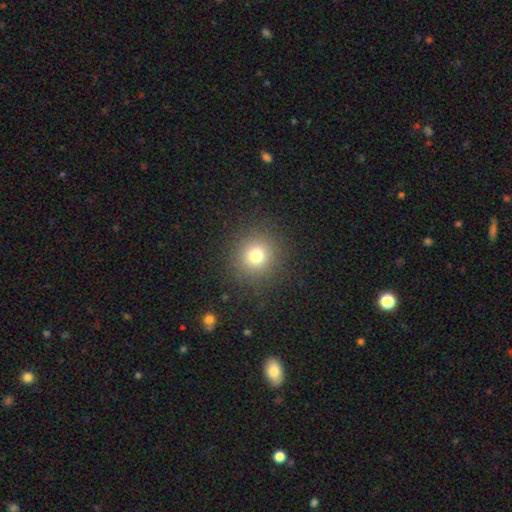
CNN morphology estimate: A smooth galaxy with no disk features (75%) that is round (92%).

Vote fractions:
- Smooth or featured? smooth: 75% / star or artifact: 16% / featured or disk: 9%
- How rounded? round: 92% / in between: 7% / cigar-shaped: 1%
- Merging? none: 89% / minor disturbance: 6% / major disturbance: 3% / merger: 1%